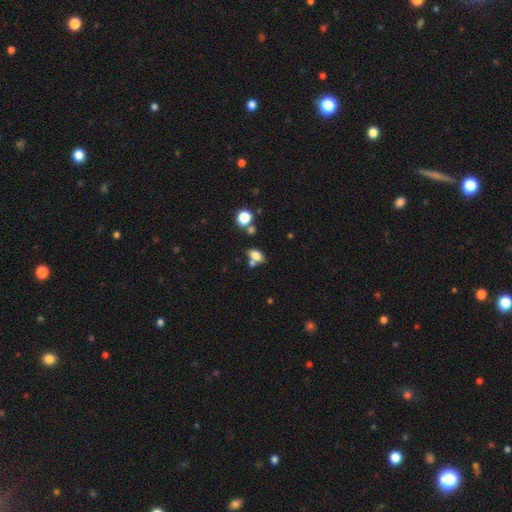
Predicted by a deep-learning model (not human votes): The model was most divided on "merging": none: 58%, merger: 23%, minor disturbance: 14%, major disturbance: 5%. More confident: how rounded — in between (82%); smooth or featured — smooth (75%).